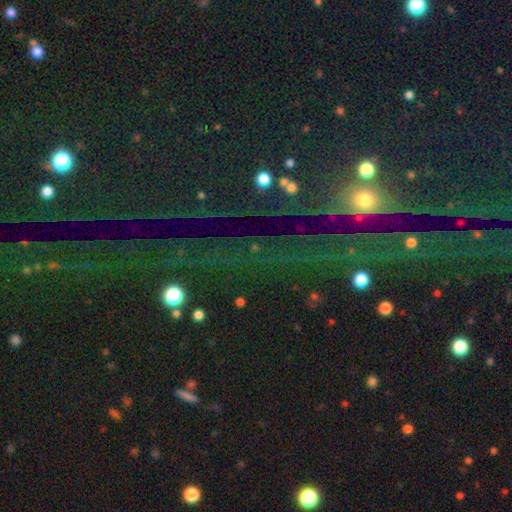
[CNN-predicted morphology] type=star or artifact (79%).